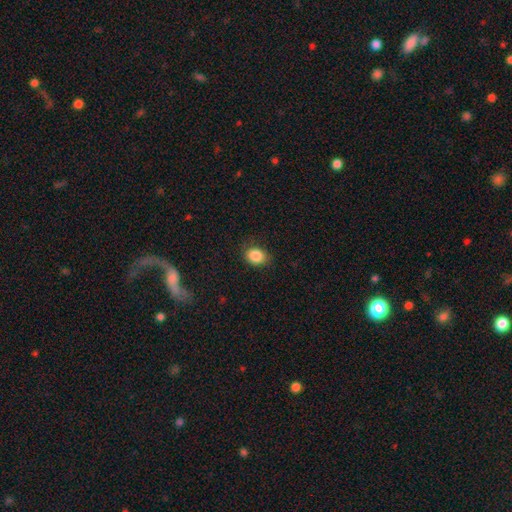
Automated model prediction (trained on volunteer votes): smooth_or_featured: smooth (p=0.86) [alt: star or artifact p=0.09]
how_rounded: round (p=0.50) [alt: in between p=0.49]
merging: none (p=0.81) [alt: minor disturbance p=0.14]